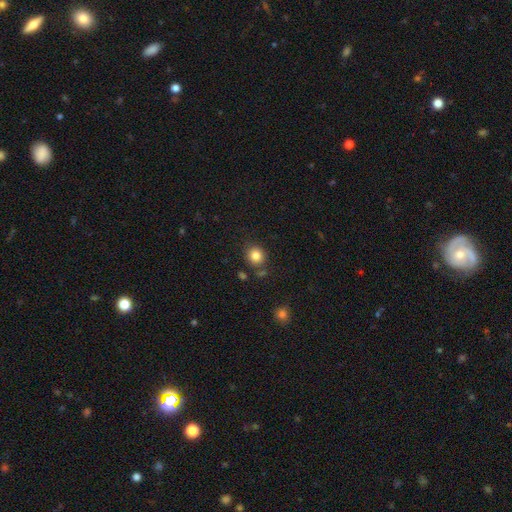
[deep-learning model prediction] Smooth or featured? smooth (83%)
How rounded? round (84%)
Merging? none (78%)